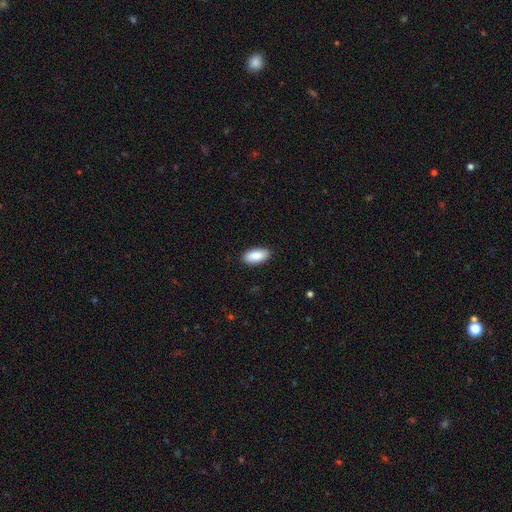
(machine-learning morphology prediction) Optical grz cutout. It shows a smooth galaxy with no disk features (90%) that is in between round and cigar-shaped (91%). Merging: none (89%).